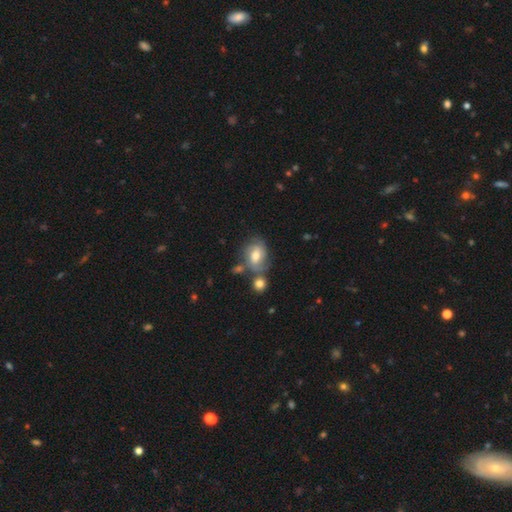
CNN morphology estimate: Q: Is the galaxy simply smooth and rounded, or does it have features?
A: featured or disk — 53%.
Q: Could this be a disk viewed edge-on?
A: no — 96%.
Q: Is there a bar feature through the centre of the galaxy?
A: weak — 44%, tied with no.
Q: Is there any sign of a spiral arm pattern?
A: yes — 82%.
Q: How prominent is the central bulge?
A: moderate — 70%.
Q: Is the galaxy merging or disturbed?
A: none — 51%.